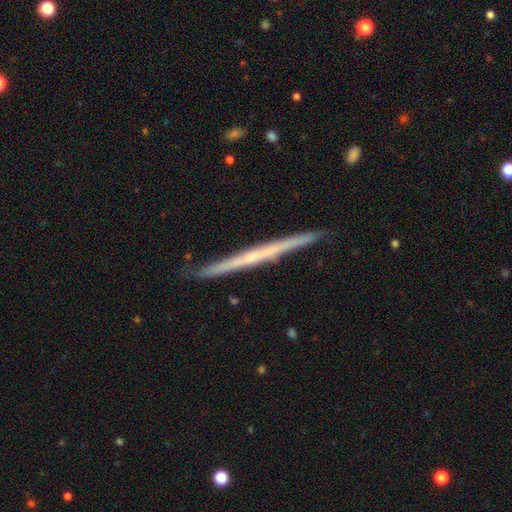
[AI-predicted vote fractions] smooth-or-featured: featured or disk: 68% | smooth: 26% | star or artifact: 5%
  disk-edge-on: yes: 98% | no: 2%
    edge-on-bulge: none: 71% | rounded: 24% | boxy: 5%
  merging: none: 89% | minor disturbance: 8% | major disturbance: 1% | merger: 1%